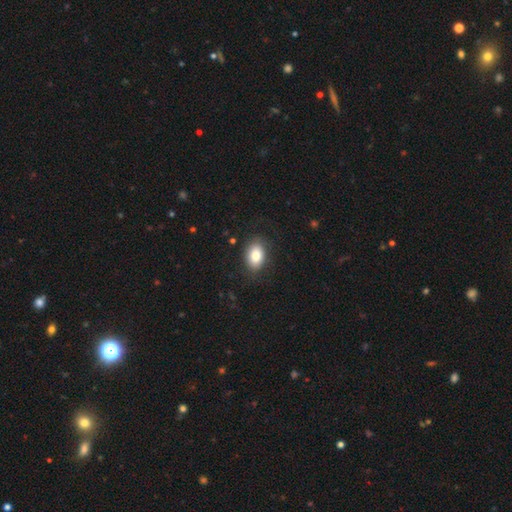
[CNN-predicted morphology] Q: Smooth or featured?
A: smooth (82%); runner-up: featured or disk (10%)
Q: How rounded?
A: in between (83%); runner-up: round (16%)
Q: Merging?
A: none (83%); runner-up: minor disturbance (12%)